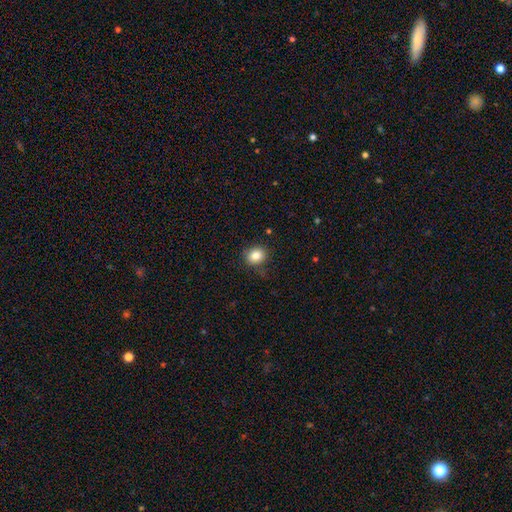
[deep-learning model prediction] smooth_or_featured: smooth (p=0.83) [alt: star or artifact p=0.11]
how_rounded: round (p=0.72) [alt: in between p=0.28]
merging: none (p=0.83) [alt: minor disturbance p=0.12]